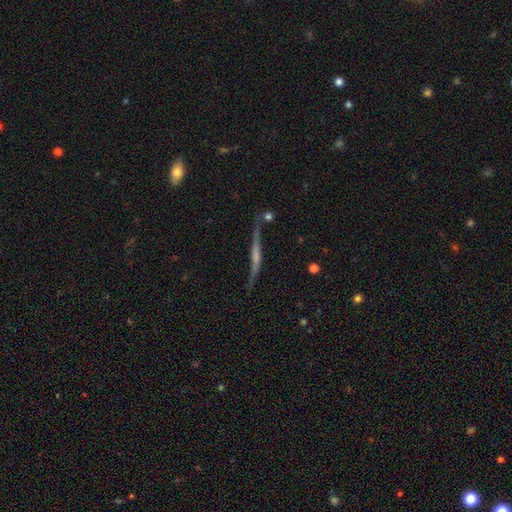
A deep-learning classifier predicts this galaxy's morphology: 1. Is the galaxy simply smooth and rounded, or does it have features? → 73% featured or disk, 18% smooth, 9% star or artifact.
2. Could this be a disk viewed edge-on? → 90% yes, 10% no.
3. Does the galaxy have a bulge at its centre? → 42% rounded, 40% none, 18% boxy.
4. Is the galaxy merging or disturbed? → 66% none, 20% minor disturbance, 7% major disturbance, 6% merger.